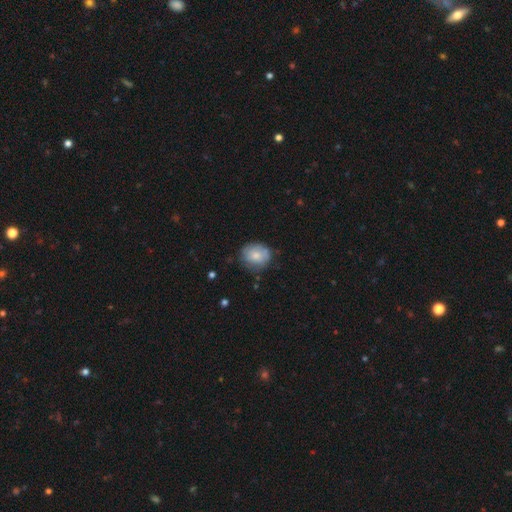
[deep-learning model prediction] smooth 69%, featured or disk 24%, star or artifact 7%. Down the decision tree: how rounded — round (65%); merging — none (68%).